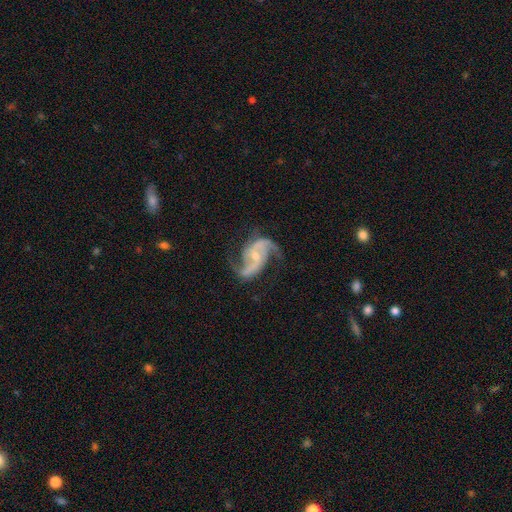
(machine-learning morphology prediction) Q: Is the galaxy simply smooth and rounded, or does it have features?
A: featured or disk — 92%.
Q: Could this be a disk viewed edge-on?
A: no — 98%.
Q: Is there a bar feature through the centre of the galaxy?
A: no — 46%.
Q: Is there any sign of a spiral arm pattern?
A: yes — 98%.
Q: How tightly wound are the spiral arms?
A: loose — 50%.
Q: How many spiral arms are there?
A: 2 — 86%.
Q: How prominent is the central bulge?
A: small — 64%.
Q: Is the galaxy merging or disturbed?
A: none — 72%.